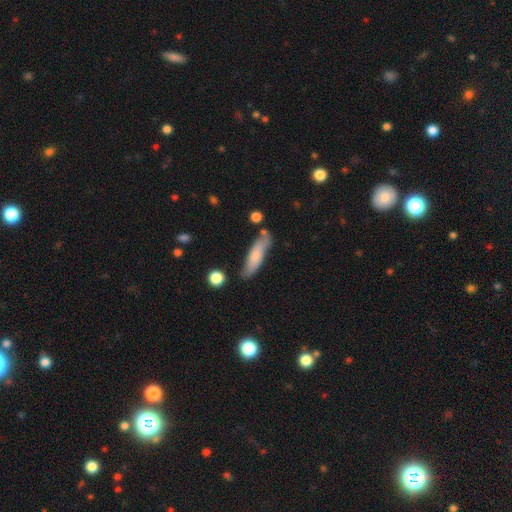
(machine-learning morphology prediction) Smooth or featured? Predicted: smooth (p=0.70). How rounded? Predicted: cigar-shaped (p=0.66). Merging? Predicted: none (p=0.69).